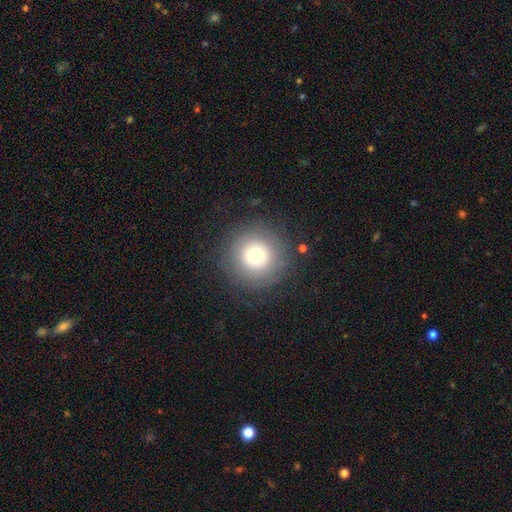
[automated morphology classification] smooth_or_featured: smooth (p=0.72) [alt: featured or disk p=0.16]
how_rounded: round (p=0.96) [alt: in between p=0.03]
merging: none (p=0.86) [alt: minor disturbance p=0.08]